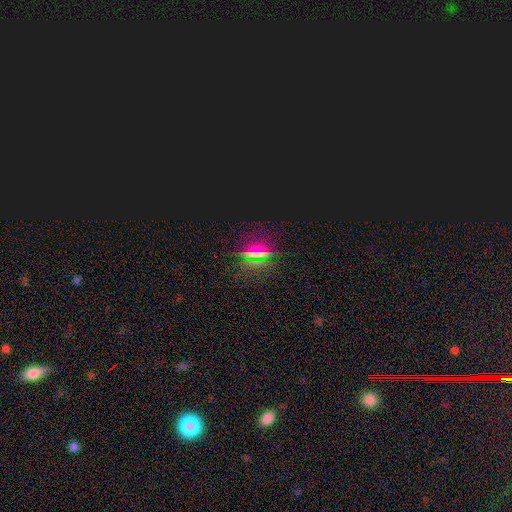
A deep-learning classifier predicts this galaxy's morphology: smooth_or_featured: star or artifact (p=0.57) [alt: smooth p=0.31]